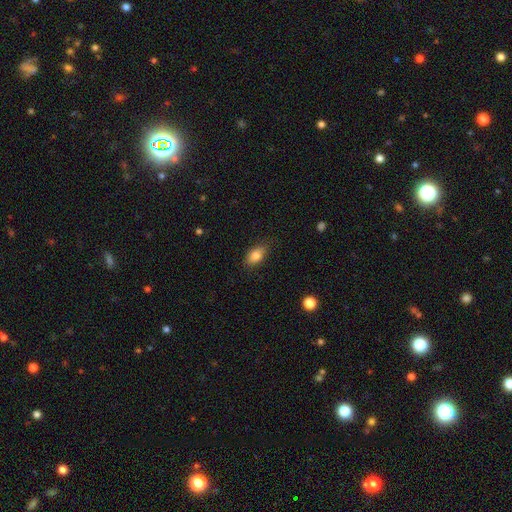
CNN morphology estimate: Smooth or featured?
  - smooth: 81% *
  - featured or disk: 11%
  - star or artifact: 8%
How rounded?
  - in between: 86% *
  - round: 8%
  - cigar-shaped: 6%
Merging?
  - none: 80% *
  - minor disturbance: 16%
  - major disturbance: 3%
  - merger: 1%